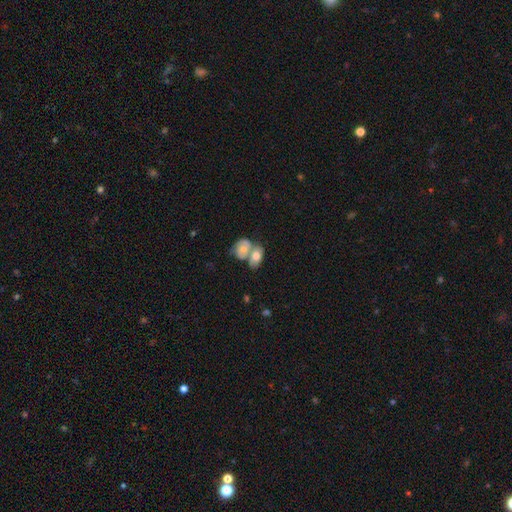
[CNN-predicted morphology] Smooth or featured?
  - smooth: 61% *
  - featured or disk: 31%
  - star or artifact: 8%
How rounded?
  - in between: 74% *
  - round: 23%
  - cigar-shaped: 3%
Merging?
  - merger: 63% *
  - none: 24%
  - minor disturbance: 9%
  - major disturbance: 4%